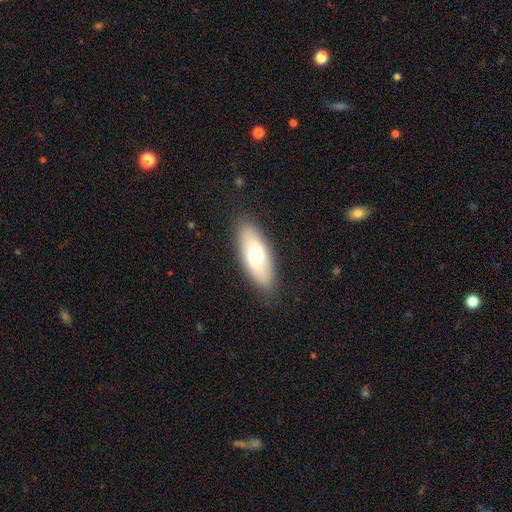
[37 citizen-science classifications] Morphology: type=smooth (65%); roundness=in between (75%); merging=none (80%).